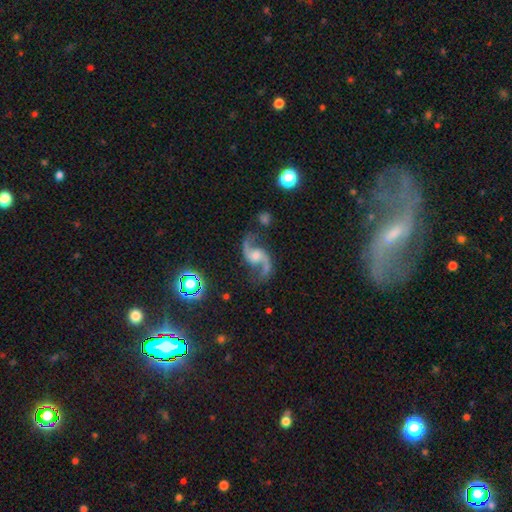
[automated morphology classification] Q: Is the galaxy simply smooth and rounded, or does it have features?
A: featured or disk — 91%.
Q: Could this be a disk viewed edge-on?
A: no — 98%.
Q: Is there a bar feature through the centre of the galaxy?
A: no — 57%.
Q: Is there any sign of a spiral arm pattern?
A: yes — 98%.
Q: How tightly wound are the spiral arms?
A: loose — 78%.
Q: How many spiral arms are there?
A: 2 — 95%.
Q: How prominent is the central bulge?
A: moderate — 43%.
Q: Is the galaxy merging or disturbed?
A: none — 77%.